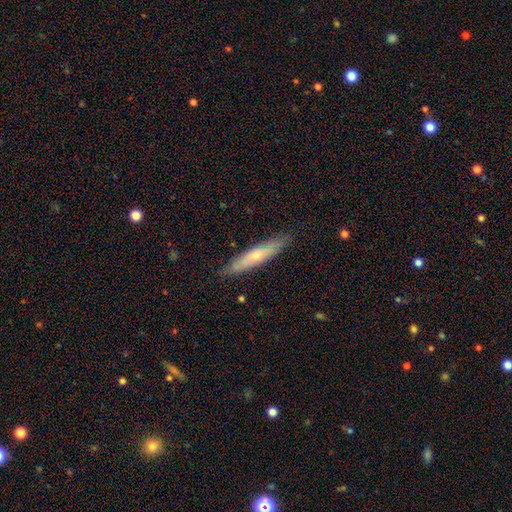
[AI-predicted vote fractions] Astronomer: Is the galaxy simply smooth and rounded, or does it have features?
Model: smooth — 48% (runner-up: featured or disk, 46%).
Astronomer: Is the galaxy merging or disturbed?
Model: none — 84%.